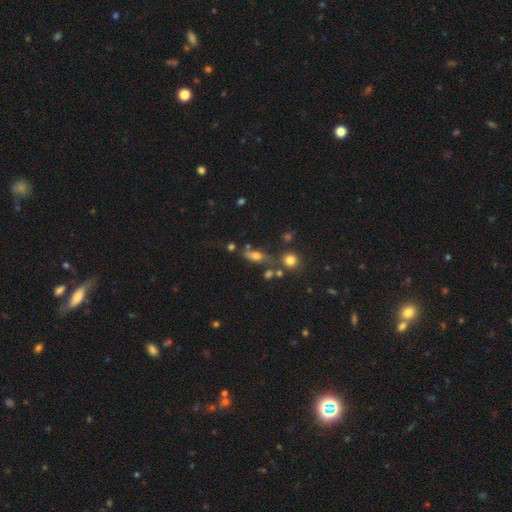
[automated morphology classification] smooth 61%, featured or disk 25%, star or artifact 14%. Down the decision tree: how rounded — in between (64%); merging — none (53%).